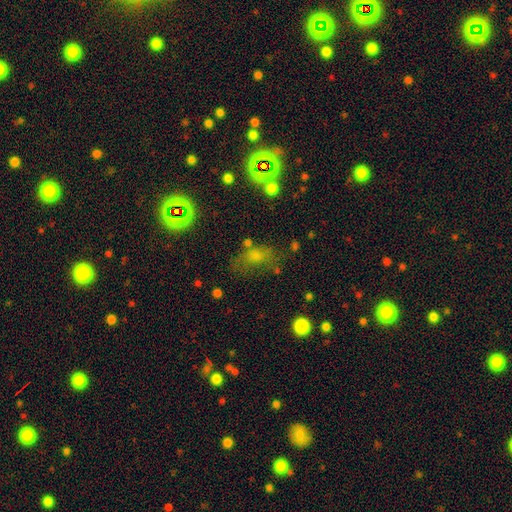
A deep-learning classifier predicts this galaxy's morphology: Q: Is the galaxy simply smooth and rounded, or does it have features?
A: smooth — 50%.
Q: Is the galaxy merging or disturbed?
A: none — 56%.